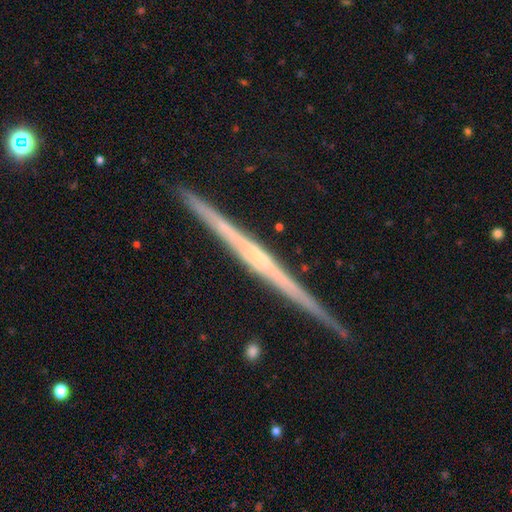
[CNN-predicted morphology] type=featured or disk (79%); edge-on=yes (98%); edge-on bulge=none (64%); merging=none (91%).